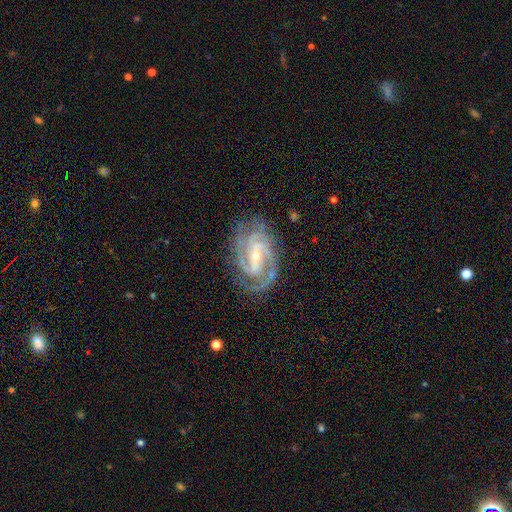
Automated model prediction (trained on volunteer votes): featured or disk 92%, star or artifact 5%, smooth 3%. Down the decision tree: edge-on disk — no (97%); bar — weak (40%); spiral arms — yes (99%); spiral arm count — 3 (37%); spiral winding — tight (62%); bulge size — small (62%); merging — none (78%).